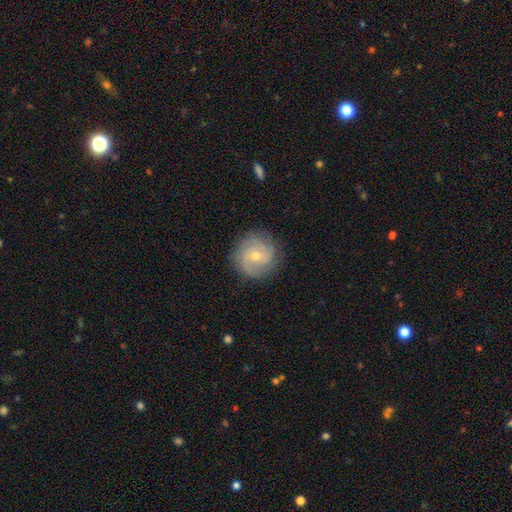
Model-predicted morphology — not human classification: Smooth or featured: featured or disk — 72% (smooth — 21%)
Edge-on disk: no — 98% (yes — 2%)
Bar: no — 65% (weak — 30%)
Spiral arms: yes — 92% (no — 8%)
Spiral winding: tight — 54% (medium — 35%)
Spiral arm count: 2 — 30% (3 — 28%)
Bulge size: small — 52% (moderate — 45%)
Merging: none — 82% (minor disturbance — 13%)